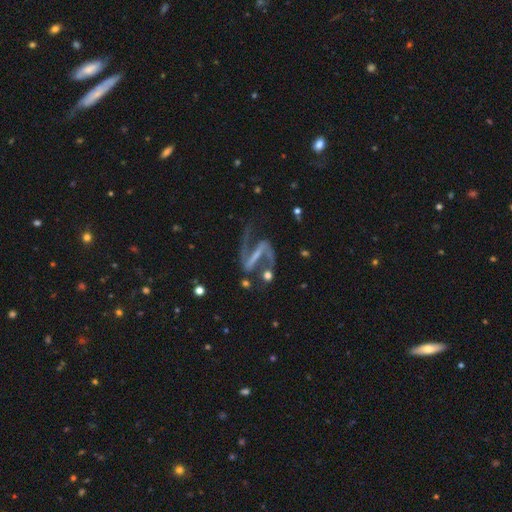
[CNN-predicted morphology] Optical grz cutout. It shows a featured or disk galaxy (89%) with a strong bar (75%), 2 (91%) loose (53%) spiral arms (94%) and no central bulge (48%). Merging: none (59%).